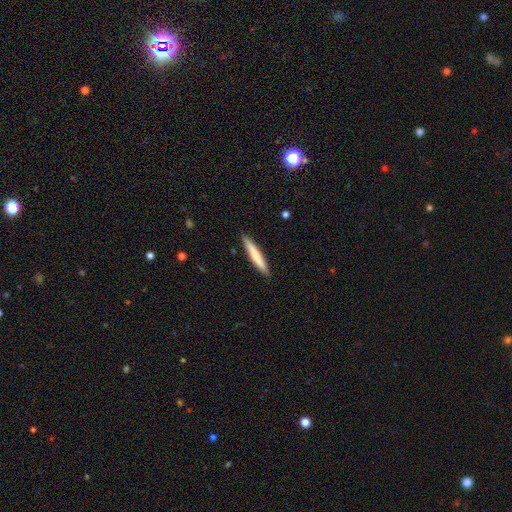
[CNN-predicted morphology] type=smooth (66%); roundness=cigar-shaped (94%); merging=none (90%).